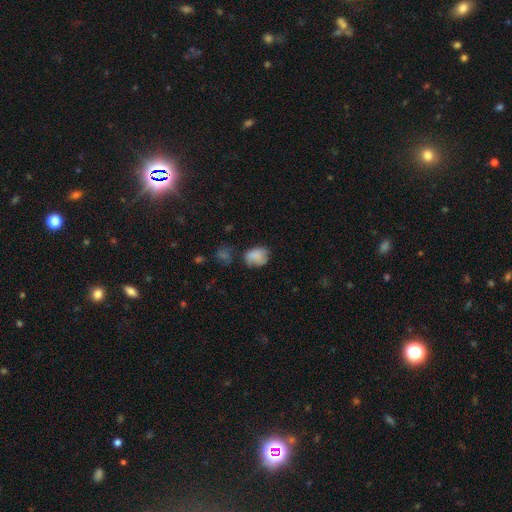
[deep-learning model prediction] The model was most divided on "merging": none: 47%, minor disturbance: 31%, major disturbance: 15%, merger: 8%. More confident: smooth or featured — smooth (77%); how rounded — in between (61%).